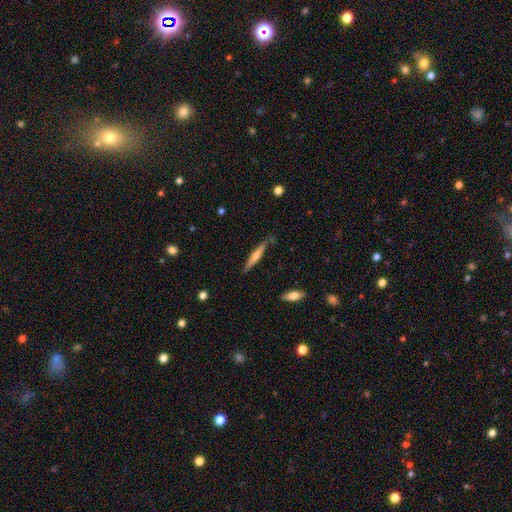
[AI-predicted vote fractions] The model was most divided on "smooth or featured": featured or disk: 53%, smooth: 41%, star or artifact: 6%. More confident: edge-on disk — yes (96%); merging — none (83%); edge-on bulge — rounded (75%).